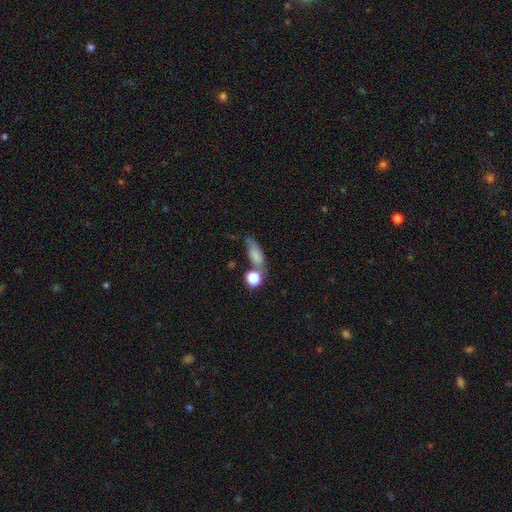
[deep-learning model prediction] Smooth or featured?
  - smooth: 73% *
  - featured or disk: 15%
  - star or artifact: 12%
How rounded?
  - in between: 64% *
  - cigar-shaped: 24%
  - round: 12%
Merging?
  - none: 43% *
  - merger: 24%
  - minor disturbance: 21%
  - major disturbance: 12%